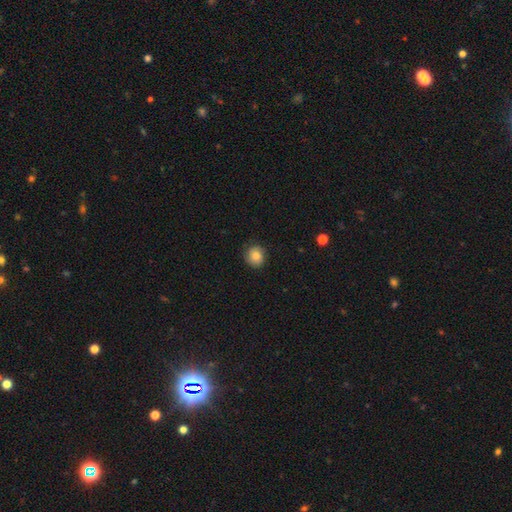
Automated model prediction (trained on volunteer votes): Q: Smooth or featured?
A: smooth (82%); runner-up: star or artifact (9%)
Q: How rounded?
A: round (85%); runner-up: in between (14%)
Q: Merging?
A: none (83%); runner-up: minor disturbance (13%)